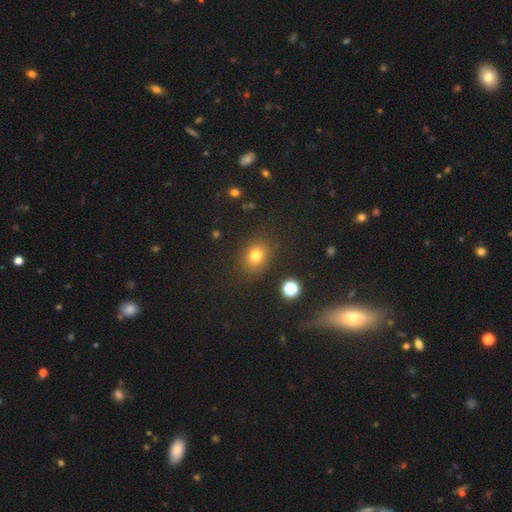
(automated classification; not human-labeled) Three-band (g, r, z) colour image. It shows a smooth galaxy with no disk features (77%) that is round (55%). Merging: none (82%).